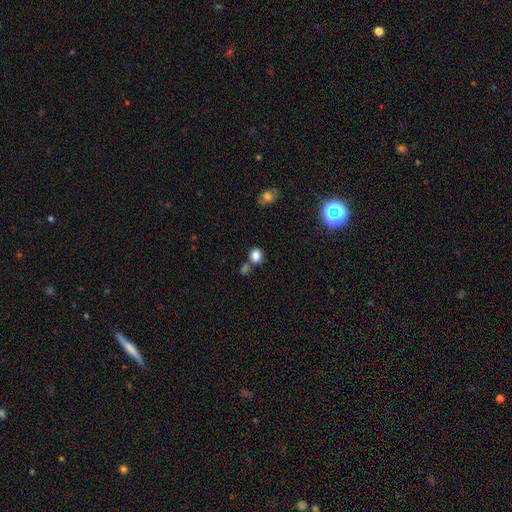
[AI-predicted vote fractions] This is clearly a smooth galaxy (84%). How rounded: likely round (66%). Merging: likely none (63%).